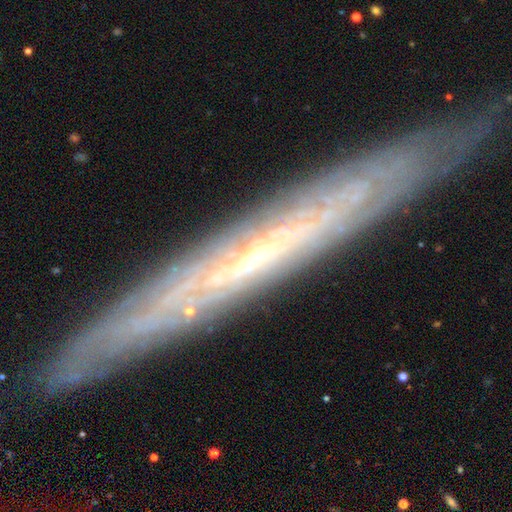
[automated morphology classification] This appears to be a featured or disk galaxy (72%) viewed edge-on (79%) with no central bulge (77%). Merging: none (86%).